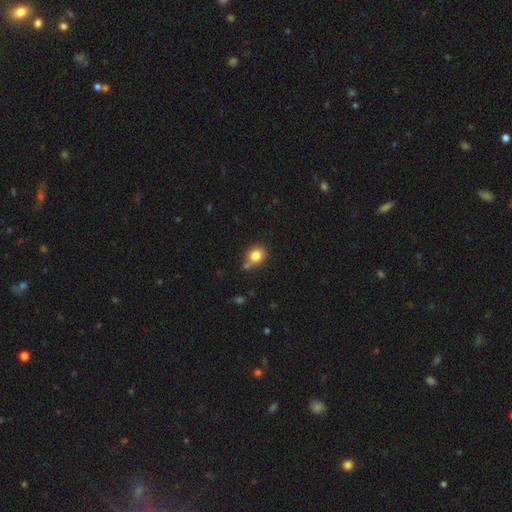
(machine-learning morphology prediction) Smooth or featured? Predicted: smooth (p=0.82). How rounded? Predicted: round (p=0.69). Merging? Predicted: none (p=0.61).